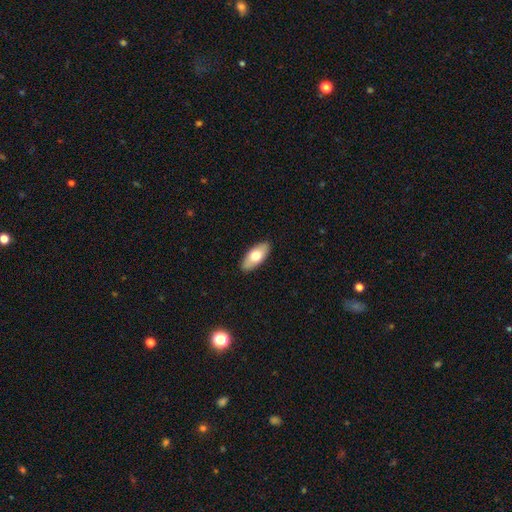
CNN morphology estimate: Smooth or featured: smooth — 70% (featured or disk — 25%)
How rounded: in between — 88% (cigar-shaped — 9%)
Merging: none — 89% (minor disturbance — 8%)